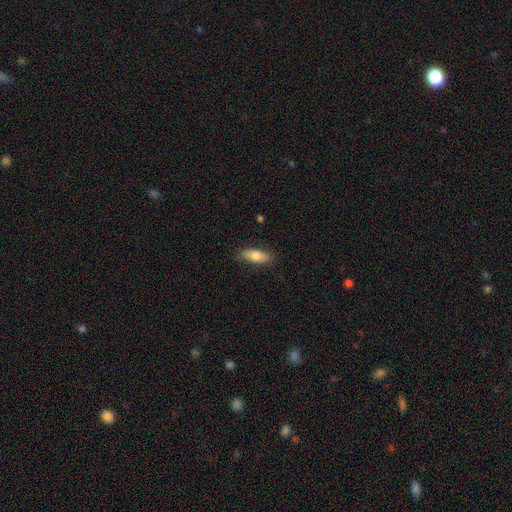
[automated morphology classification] Smooth or featured: smooth — 74% (featured or disk — 19%)
How rounded: in between — 66% (cigar-shaped — 31%)
Merging: none — 84% (minor disturbance — 12%)